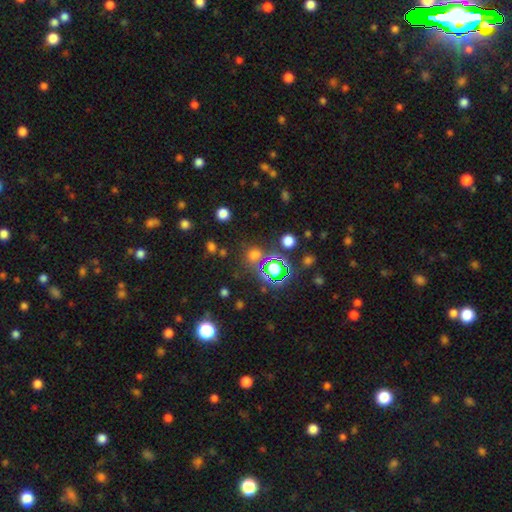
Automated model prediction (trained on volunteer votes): smooth_or_featured: star or artifact (p=0.60) [alt: smooth p=0.32]